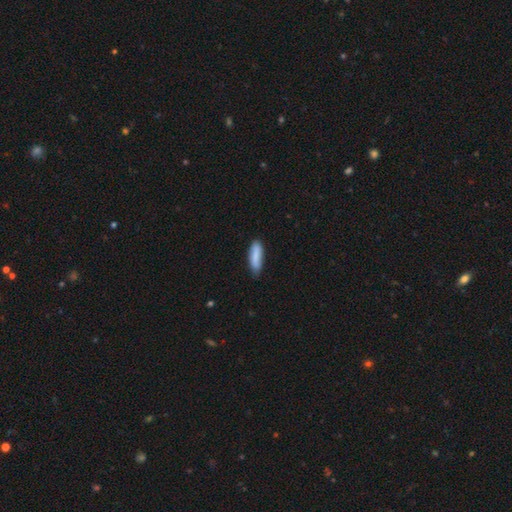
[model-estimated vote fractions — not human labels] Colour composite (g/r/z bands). It shows a smooth galaxy with no disk features (84%) that is cigar-shaped (50%). Merging: none (72%).